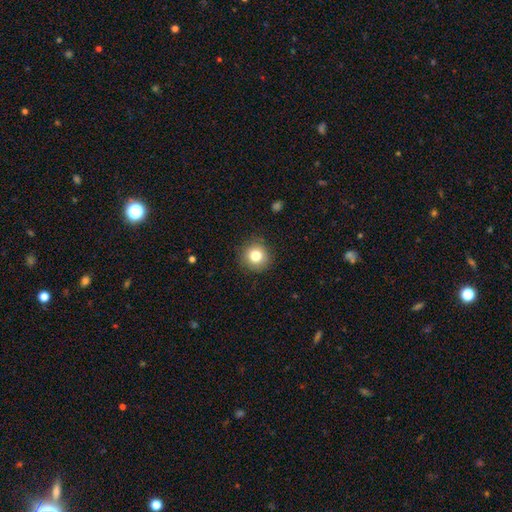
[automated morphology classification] Smooth or featured?
  - smooth: 82% *
  - star or artifact: 10%
  - featured or disk: 8%
How rounded?
  - round: 93% *
  - in between: 6%
  - cigar-shaped: 1%
Merging?
  - none: 88% *
  - minor disturbance: 9%
  - major disturbance: 3%
  - merger: 1%